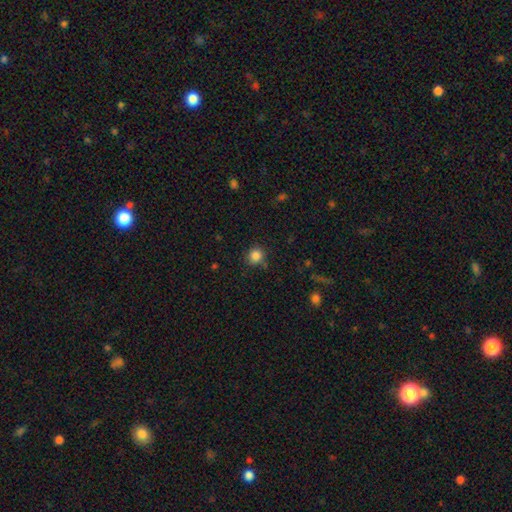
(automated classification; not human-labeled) The model was most divided on "merging": none: 83%, minor disturbance: 11%, merger: 3%, major disturbance: 3%. More confident: how rounded — round (88%); smooth or featured — smooth (85%).